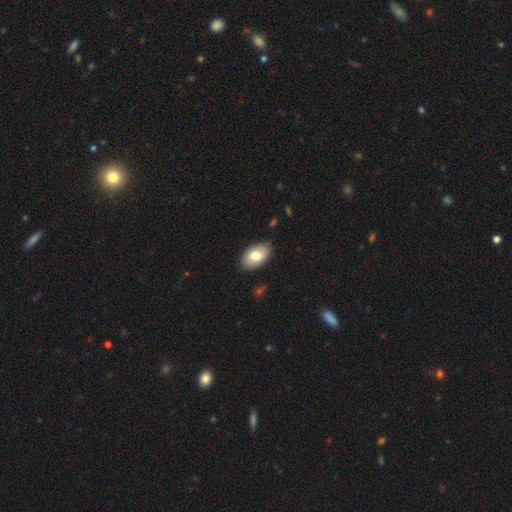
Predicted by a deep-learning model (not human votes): Morphology: type=smooth (78%); roundness=in between (94%); merging=none (83%).